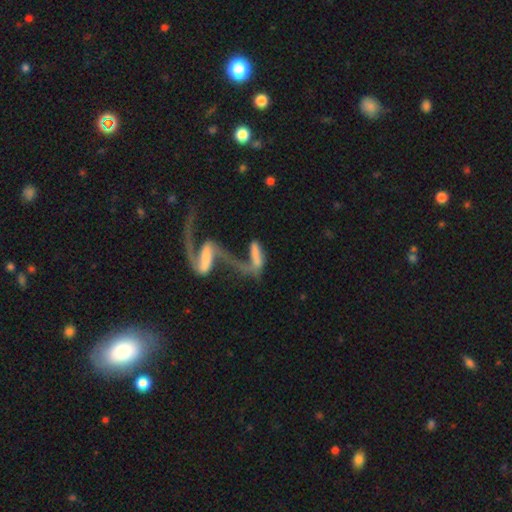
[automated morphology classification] This is possibly a smooth galaxy (47%). Merging: likely merger (63%).